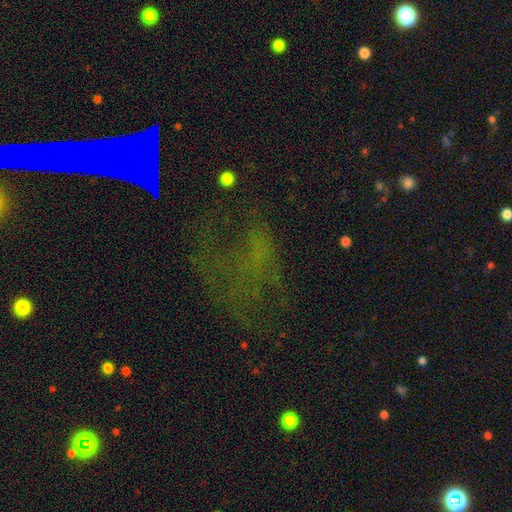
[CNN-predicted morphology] A star or artifact, not a galaxy (44%).